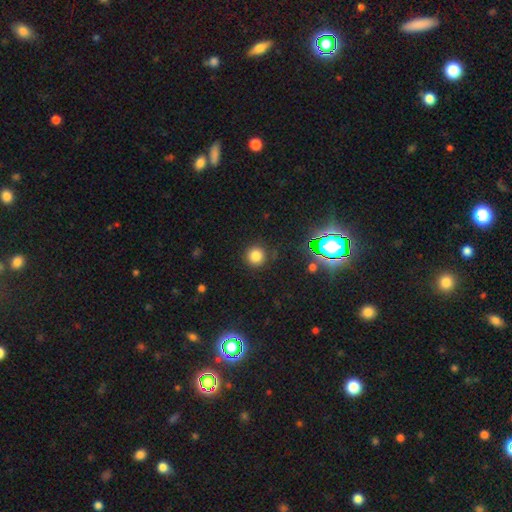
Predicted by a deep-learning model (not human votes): Smooth or featured: smooth — 77% (star or artifact — 17%)
How rounded: round — 94% (in between — 5%)
Merging: none — 88% (minor disturbance — 8%)